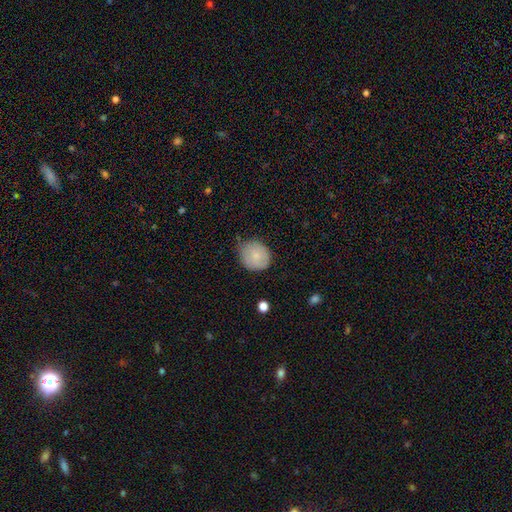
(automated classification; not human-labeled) Q: Smooth or featured?
A: smooth (79%); runner-up: featured or disk (14%)
Q: How rounded?
A: round (78%); runner-up: in between (21%)
Q: Merging?
A: none (64%); runner-up: minor disturbance (29%)